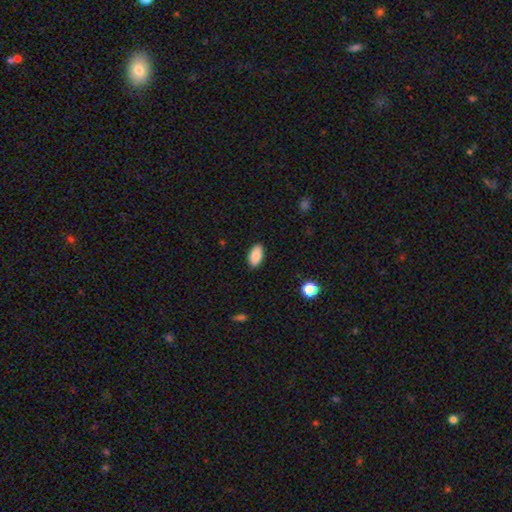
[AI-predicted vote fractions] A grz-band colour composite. It shows a smooth galaxy with no disk features (87%) that is in between round and cigar-shaped (93%). Merging: none (88%).